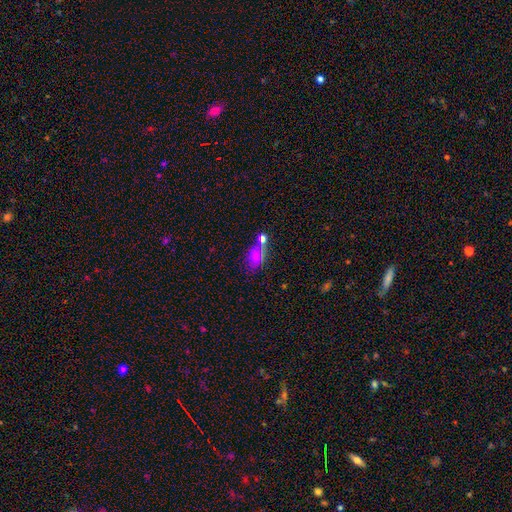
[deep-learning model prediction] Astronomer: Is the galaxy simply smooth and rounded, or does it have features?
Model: smooth — 59%.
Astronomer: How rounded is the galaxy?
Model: in between — 83%.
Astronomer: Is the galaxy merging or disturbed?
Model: none — 61%.